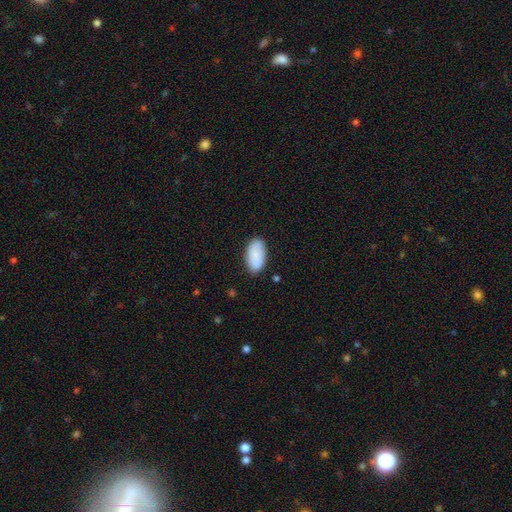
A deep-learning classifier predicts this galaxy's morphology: Overall: smooth (86%). How rounded: in between (95%). Merging: none (83%).